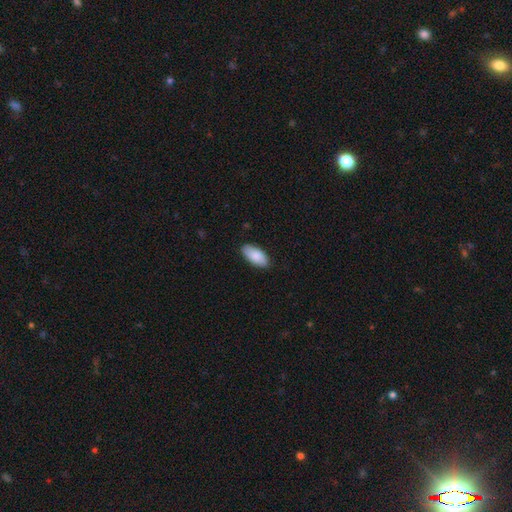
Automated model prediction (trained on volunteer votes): Q: Smooth or featured?
A: smooth (87%); runner-up: featured or disk (8%)
Q: How rounded?
A: in between (93%); runner-up: cigar-shaped (6%)
Q: Merging?
A: none (87%); runner-up: minor disturbance (10%)